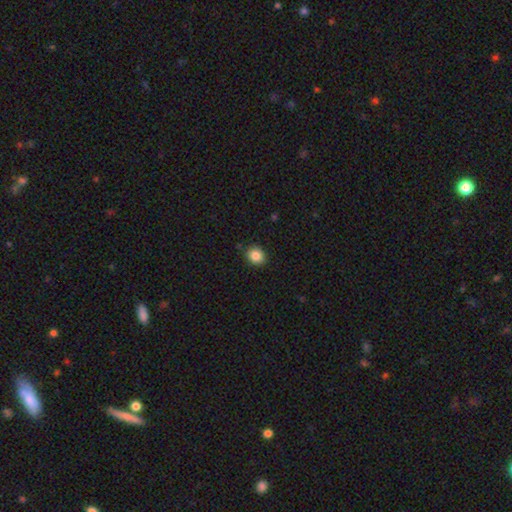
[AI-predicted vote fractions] Smooth or featured?
  - smooth: 86% *
  - star or artifact: 10%
  - featured or disk: 5%
How rounded?
  - round: 71% *
  - in between: 28%
  - cigar-shaped: 1%
Merging?
  - none: 89% *
  - minor disturbance: 7%
  - major disturbance: 2%
  - merger: 1%